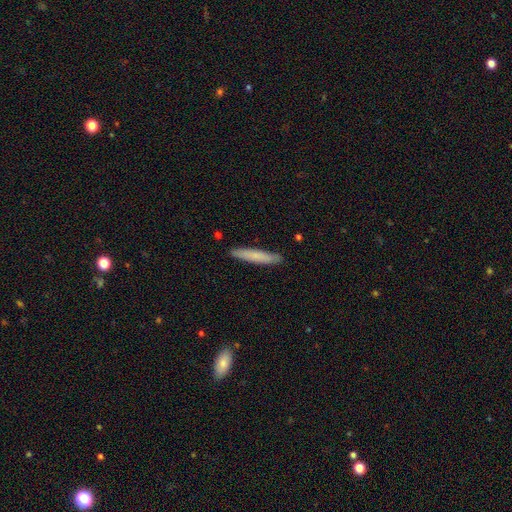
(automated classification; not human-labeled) This is likely a smooth galaxy (71%). How rounded: clearly cigar-shaped (94%). Merging: clearly none (89%).